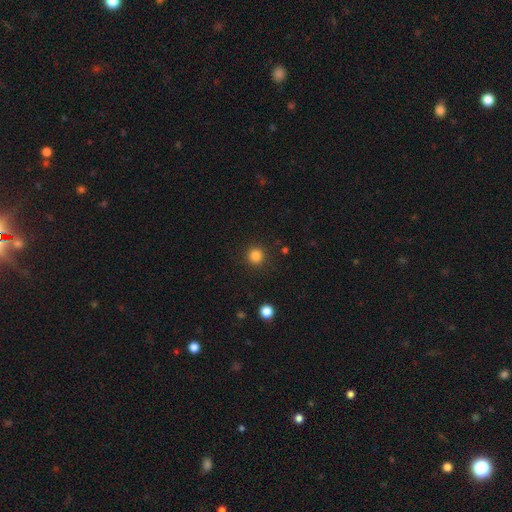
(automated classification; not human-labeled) smooth_or_featured: smooth (p=0.84) [alt: star or artifact p=0.12]
how_rounded: round (p=0.95) [alt: in between p=0.05]
merging: none (p=0.91) [alt: minor disturbance p=0.06]